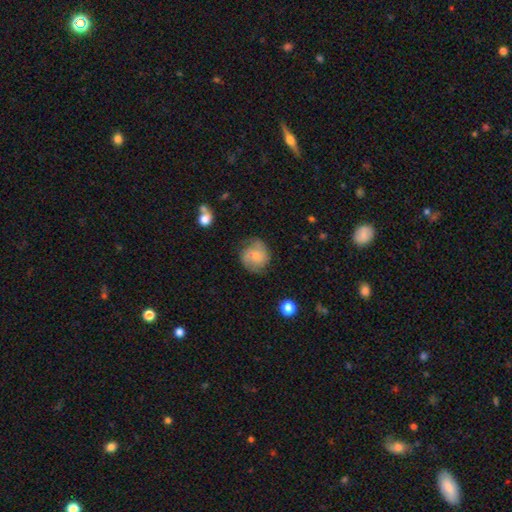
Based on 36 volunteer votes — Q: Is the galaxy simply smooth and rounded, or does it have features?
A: smooth — 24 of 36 (67%).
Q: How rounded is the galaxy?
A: round — 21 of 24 (88%).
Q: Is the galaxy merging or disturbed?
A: none — 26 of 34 (76%).